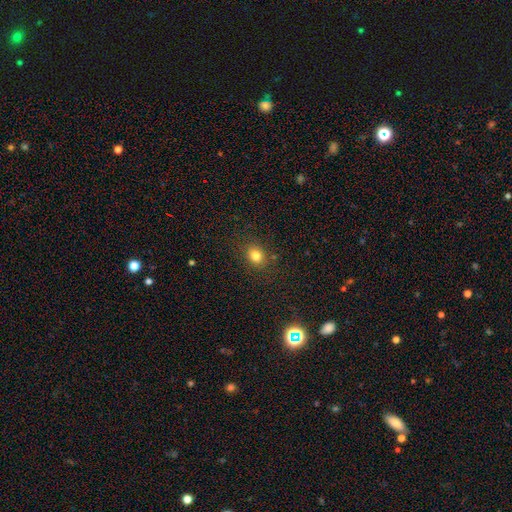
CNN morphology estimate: type=smooth (80%); roundness=round (59%); merging=none (85%).